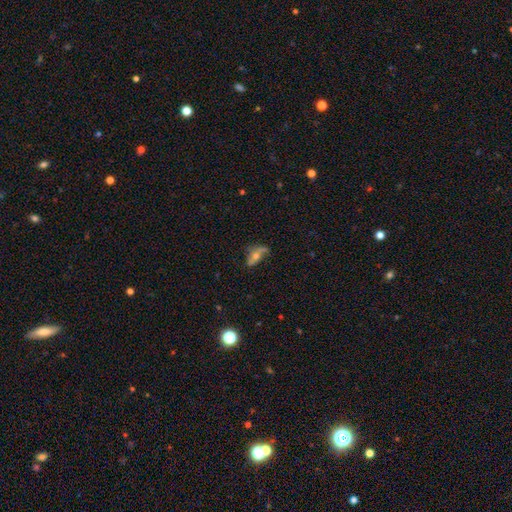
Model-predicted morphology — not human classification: smooth-or-featured: featured or disk: 45% | smooth: 40% | star or artifact: 16%
  merging: none: 44% | minor disturbance: 27% | major disturbance: 22% | merger: 7%